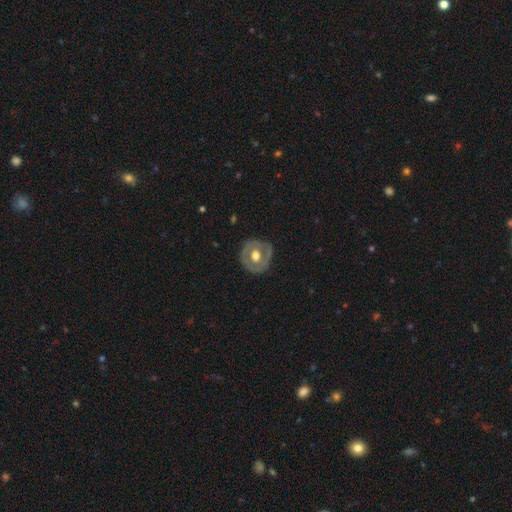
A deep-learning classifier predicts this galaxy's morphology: The model was most divided on "smooth or featured": featured or disk: 60%, smooth: 35%, star or artifact: 5%. More confident: edge-on disk — no (94%); spiral arms — no (83%); merging — none (80%); bar — no (77%); bulge size — moderate (60%).